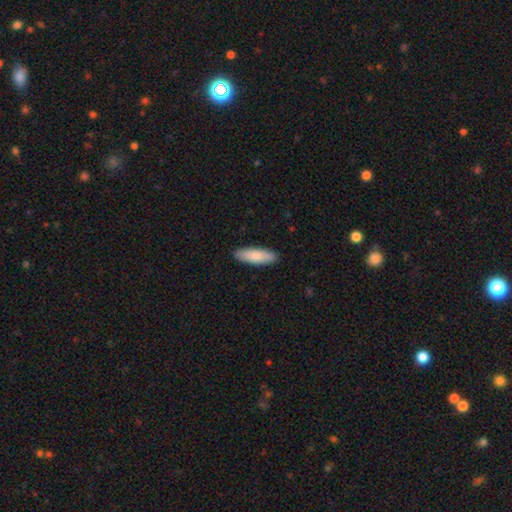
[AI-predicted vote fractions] This appears to be a smooth galaxy with no disk features (85%) that is in between round and cigar-shaped (51%). Merging: none (90%).